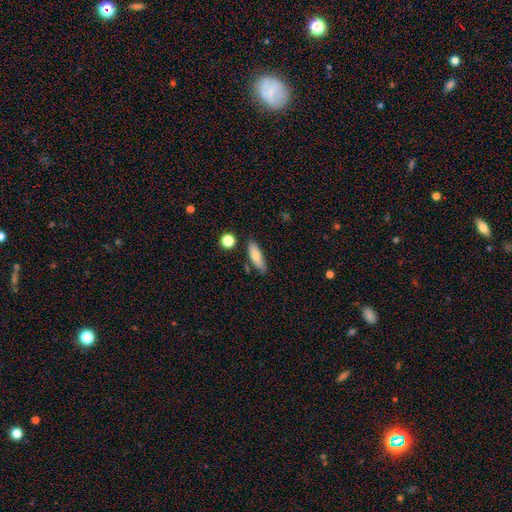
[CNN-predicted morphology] This appears to be a smooth galaxy with no disk features (74%) that is in between round and cigar-shaped (59%). Merging: none (77%).